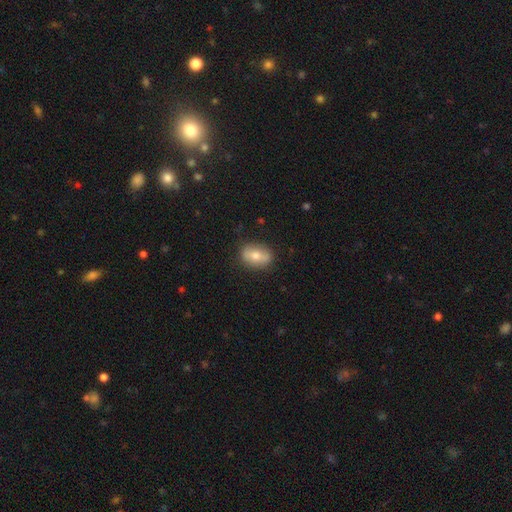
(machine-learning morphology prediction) smooth 64%, featured or disk 29%, star or artifact 7%. Down the decision tree: how rounded — in between (79%); merging — none (81%).